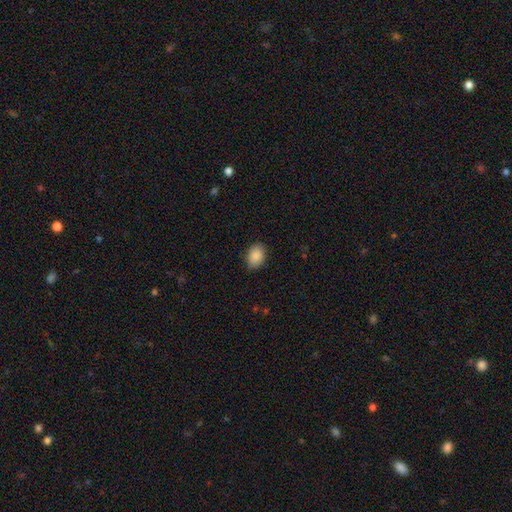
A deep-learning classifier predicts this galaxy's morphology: Smooth or featured?
  - smooth: 89% *
  - star or artifact: 7%
  - featured or disk: 4%
How rounded?
  - in between: 76% *
  - round: 23%
  - cigar-shaped: 1%
Merging?
  - none: 83% *
  - minor disturbance: 13%
  - major disturbance: 3%
  - merger: 1%